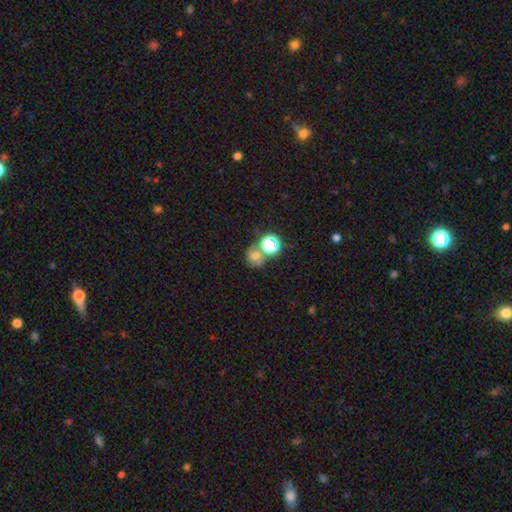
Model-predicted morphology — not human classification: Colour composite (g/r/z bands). It shows a smooth galaxy with no disk features (58%) that is round (76%). Merging: none (45%).